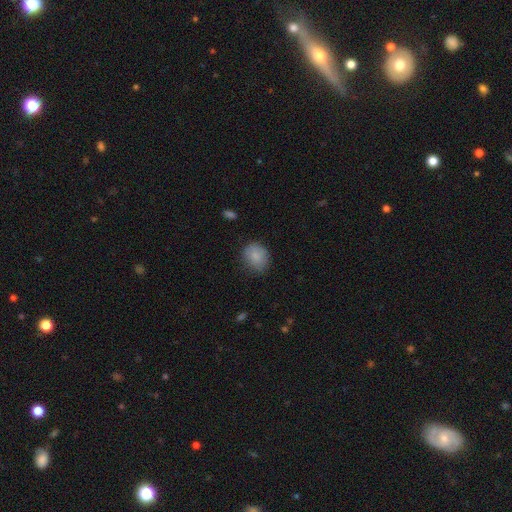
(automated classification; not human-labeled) smooth_or_featured: smooth (p=0.84) [alt: featured or disk p=0.08]
how_rounded: round (p=0.58) [alt: in between p=0.41]
merging: none (p=0.72) [alt: minor disturbance p=0.22]